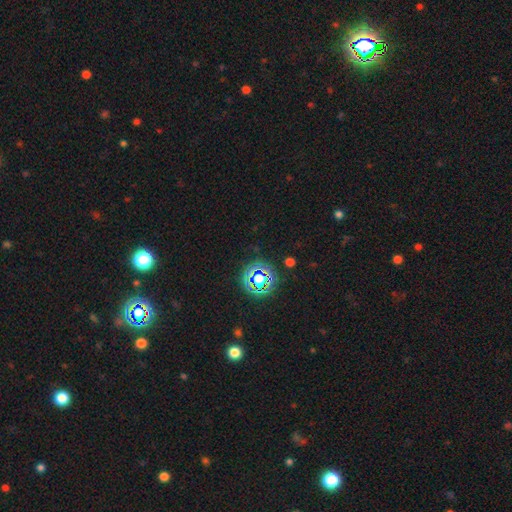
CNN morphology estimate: The model was most divided on "smooth or featured": star or artifact: 79%, smooth: 13%, featured or disk: 8%.